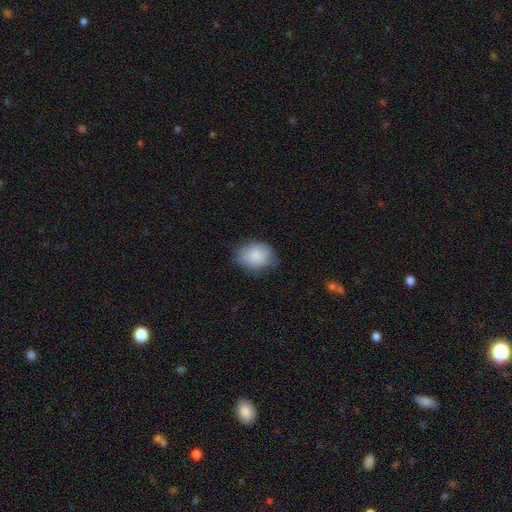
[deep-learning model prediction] Smooth or featured: smooth — 85% (featured or disk — 9%)
How rounded: in between — 59% (round — 40%)
Merging: none — 64% (minor disturbance — 28%)